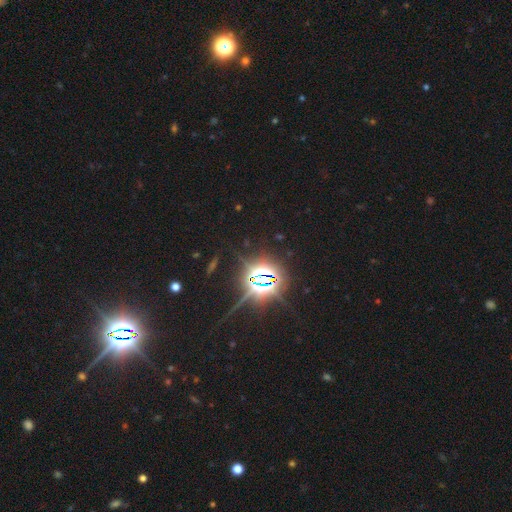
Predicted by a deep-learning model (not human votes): star or artifact 83%, smooth 11%, featured or disk 6%.